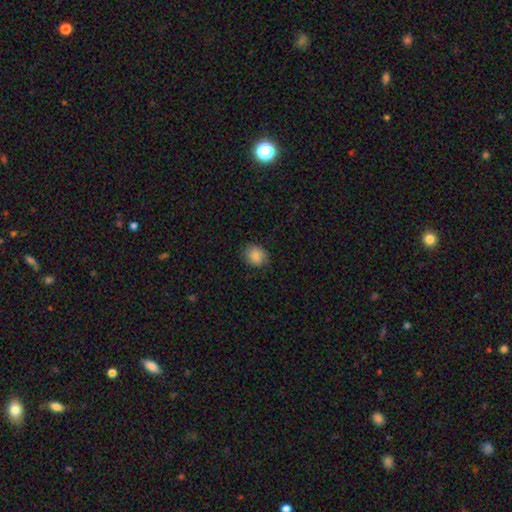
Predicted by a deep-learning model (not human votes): A smooth galaxy with no disk features (82%) that is round (61%).

Vote fractions:
- Smooth or featured? smooth: 82% / featured or disk: 10% / star or artifact: 8%
- How rounded? round: 61% / in between: 38% / cigar-shaped: 1%
- Merging? none: 76% / minor disturbance: 19% / major disturbance: 4% / merger: 1%